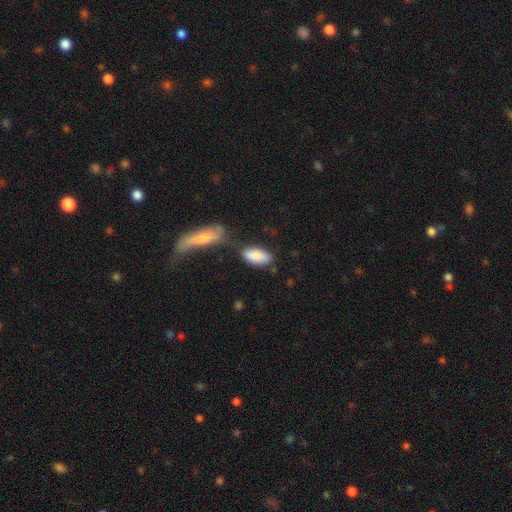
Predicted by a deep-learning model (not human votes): Smooth or featured?
  - smooth: 87% *
  - featured or disk: 8%
  - star or artifact: 6%
How rounded?
  - in between: 89% *
  - cigar-shaped: 9%
  - round: 2%
Merging?
  - none: 54% *
  - merger: 23%
  - minor disturbance: 17%
  - major disturbance: 6%